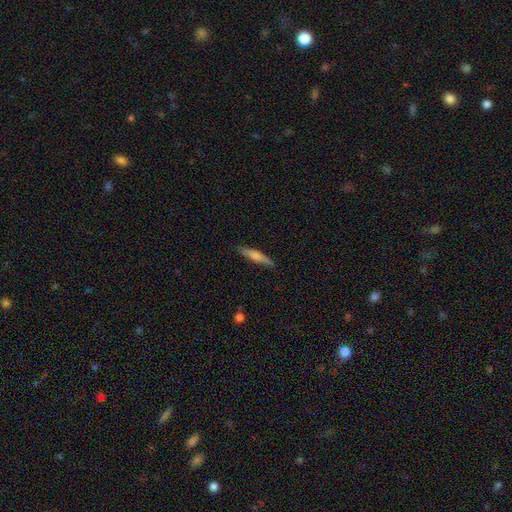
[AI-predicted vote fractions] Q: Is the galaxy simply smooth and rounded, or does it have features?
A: smooth — 49%.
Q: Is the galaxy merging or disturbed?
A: none — 89%.